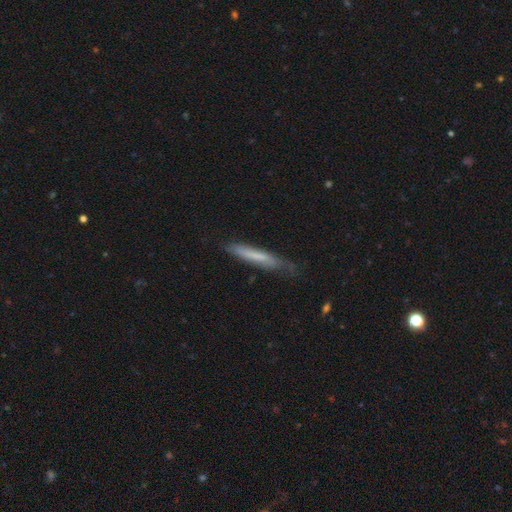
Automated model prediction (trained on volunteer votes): A smooth galaxy with no disk features (62%) that is cigar-shaped (93%). Merging: none (65%).